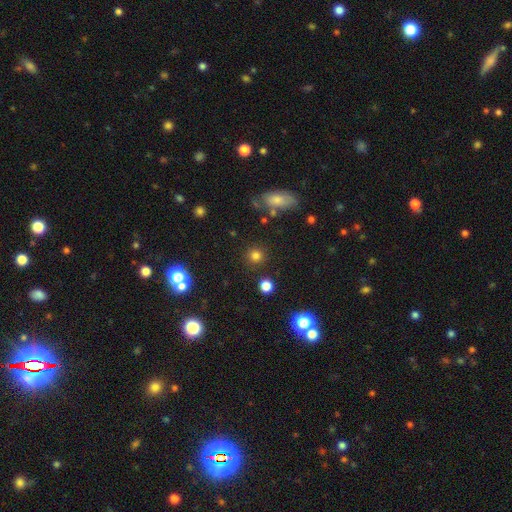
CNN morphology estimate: Q: Smooth or featured?
A: smooth (78%); runner-up: star or artifact (16%)
Q: How rounded?
A: round (91%); runner-up: in between (7%)
Q: Merging?
A: none (87%); runner-up: minor disturbance (7%)